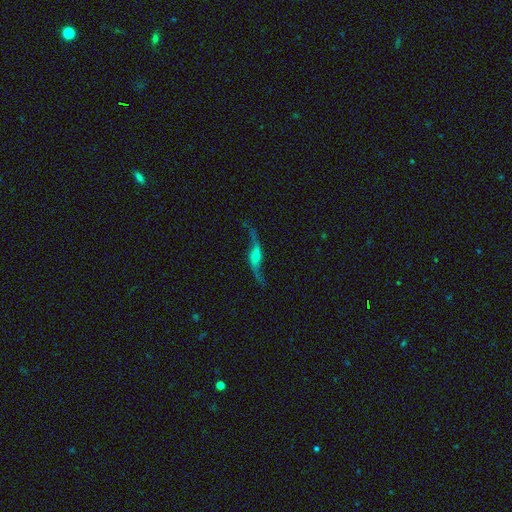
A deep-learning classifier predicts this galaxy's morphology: type=featured or disk (84%); edge-on=no (82%); bar=no (41%); spiral arms=yes (95%); winding=loose (94%); arm count=2 (93%); bulge=small (32%); merging=none (71%).